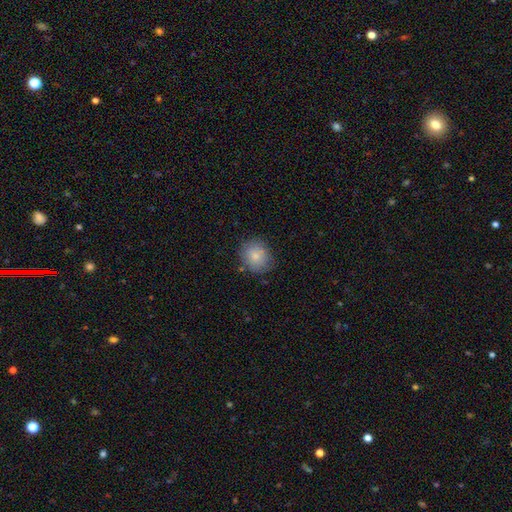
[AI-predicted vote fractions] Smooth or featured? smooth (82%)
How rounded? round (77%)
Merging? none (77%)